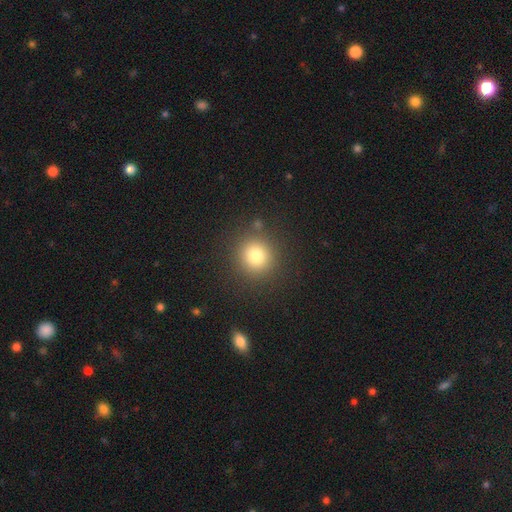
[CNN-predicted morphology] Q: Smooth or featured?
A: smooth (78%); runner-up: star or artifact (14%)
Q: How rounded?
A: round (93%); runner-up: in between (6%)
Q: Merging?
A: none (87%); runner-up: minor disturbance (7%)